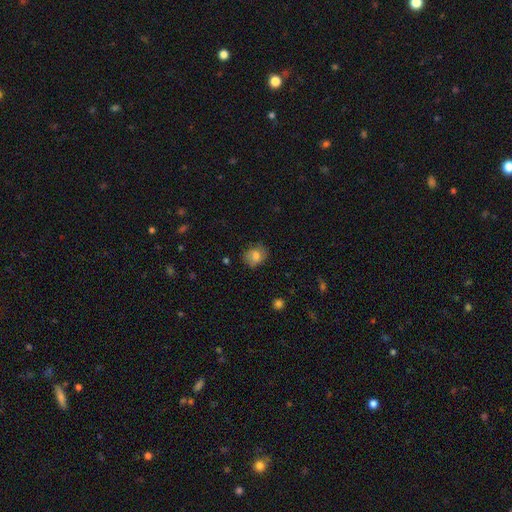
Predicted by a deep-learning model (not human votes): Smooth or featured: smooth — 76% (featured or disk — 15%)
How rounded: round — 57% (in between — 42%)
Merging: none — 71% (minor disturbance — 22%)